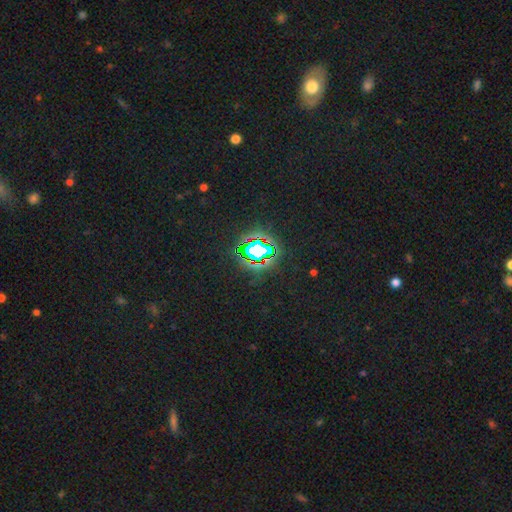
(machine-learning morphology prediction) Smooth or featured: star or artifact — 72% (smooth — 16%)